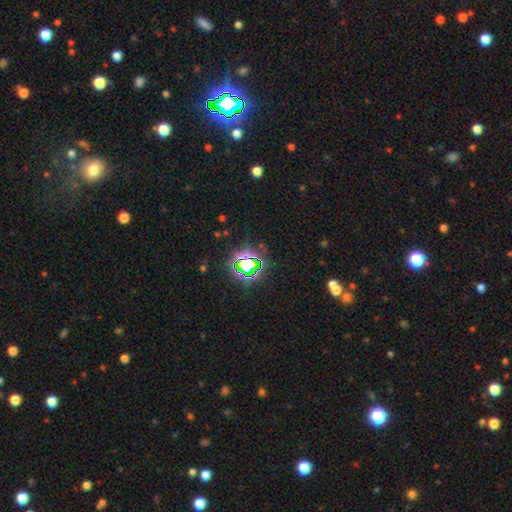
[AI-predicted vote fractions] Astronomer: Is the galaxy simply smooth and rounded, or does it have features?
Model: star or artifact — 79%.